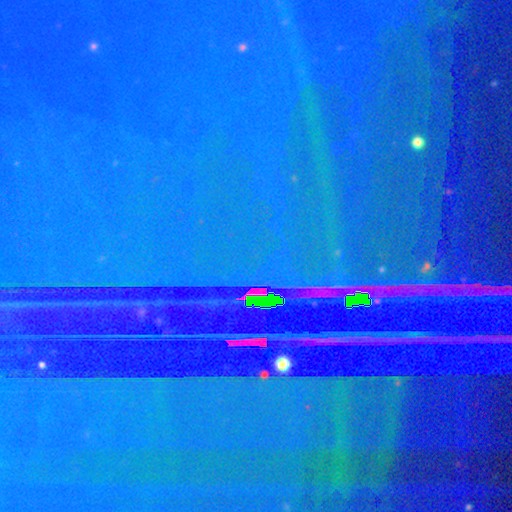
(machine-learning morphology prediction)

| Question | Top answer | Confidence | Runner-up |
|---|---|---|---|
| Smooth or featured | star or artifact | 88% | featured or disk (7%) |